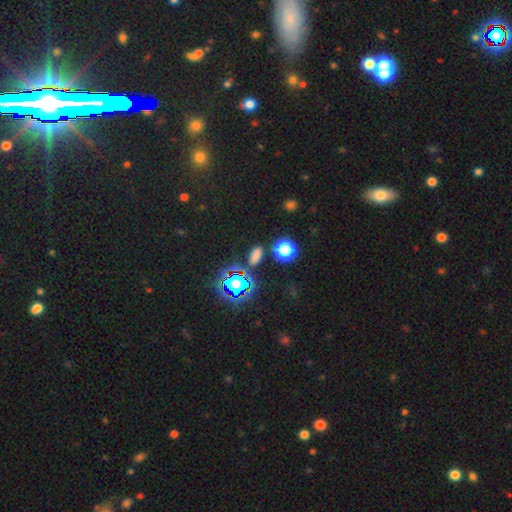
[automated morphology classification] Smooth or featured: smooth — 65% (star or artifact — 29%)
How rounded: in between — 74% (round — 16%)
Merging: none — 84% (minor disturbance — 8%)